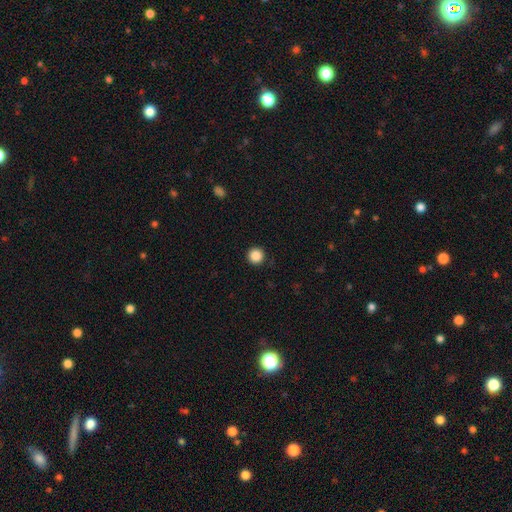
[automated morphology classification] Smooth or featured?
  - smooth: 88% *
  - star or artifact: 10%
  - featured or disk: 2%
How rounded?
  - round: 96% *
  - in between: 3%
  - cigar-shaped: 1%
Merging?
  - none: 92% *
  - minor disturbance: 5%
  - major disturbance: 2%
  - merger: 1%